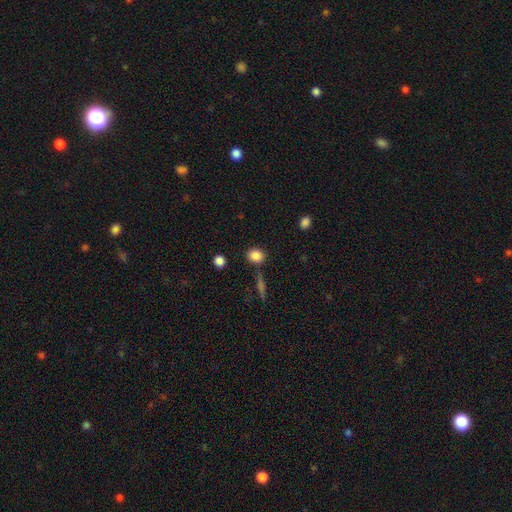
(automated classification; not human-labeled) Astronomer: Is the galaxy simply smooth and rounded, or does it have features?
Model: smooth — 86%.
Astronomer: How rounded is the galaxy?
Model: round — 67%.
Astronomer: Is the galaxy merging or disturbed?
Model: none — 78%.